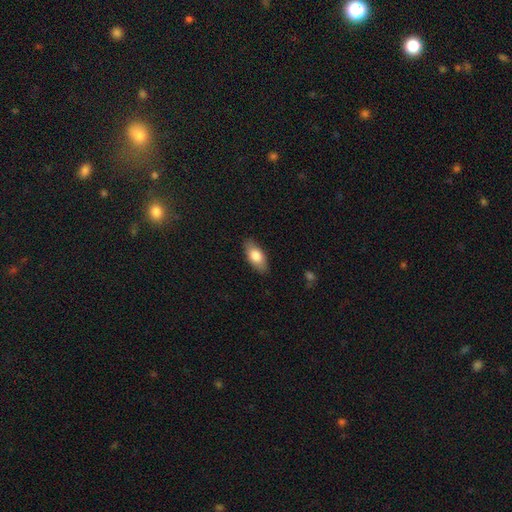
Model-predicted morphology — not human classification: The model was most divided on "smooth or featured": smooth: 78%, featured or disk: 16%, star or artifact: 6%. More confident: how rounded — in between (88%); merging — none (86%).